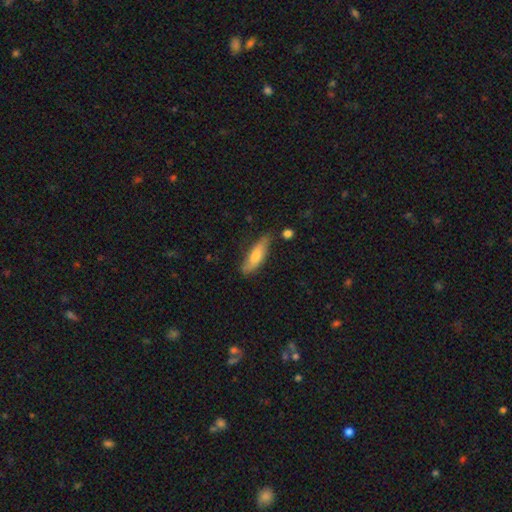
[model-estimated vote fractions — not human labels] Smooth or featured?
  - smooth: 66% *
  - featured or disk: 28%
  - star or artifact: 6%
How rounded?
  - cigar-shaped: 59% *
  - in between: 39%
  - round: 2%
Merging?
  - none: 70% *
  - minor disturbance: 22%
  - major disturbance: 4%
  - merger: 4%